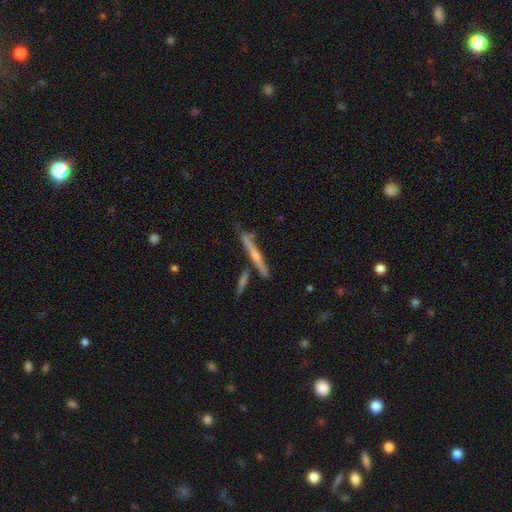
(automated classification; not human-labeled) A featured or disk galaxy (70%) viewed edge-on (96%) with a rounded central bulge (70%).

Vote fractions:
- Smooth or featured? featured or disk: 70% / smooth: 24% / star or artifact: 6%
- Edge-on disk? yes: 96% / no: 4%
- Edge-on bulge? rounded: 70% / none: 24% / boxy: 6%
- Merging? none: 74% / minor disturbance: 13% / merger: 10% / major disturbance: 3%